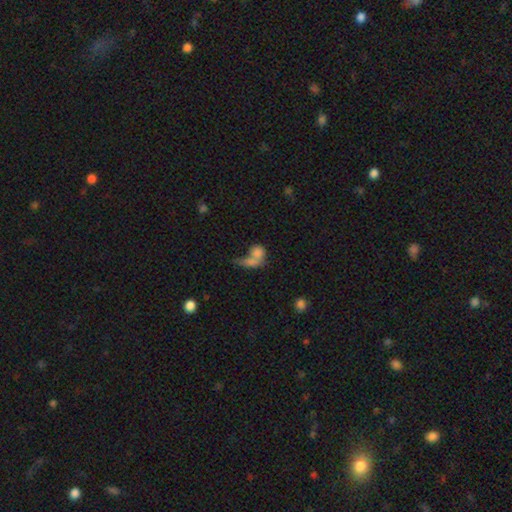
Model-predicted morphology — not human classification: A smooth galaxy with no disk features (73%) that is in between round and cigar-shaped (48%, tied with round).

Vote fractions:
- Smooth or featured? smooth: 73% / featured or disk: 16% / star or artifact: 11%
- How rounded? in between: 48% (tied) / round: 48% (tied) / cigar-shaped: 5%
- Merging? merger: 57% / none: 21% / major disturbance: 14% / minor disturbance: 8%